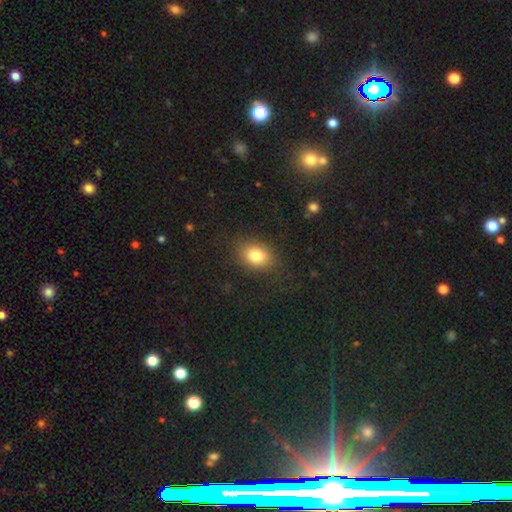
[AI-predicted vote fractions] Smooth or featured: smooth — 80% (star or artifact — 11%)
How rounded: in between — 69% (round — 30%)
Merging: none — 82% (minor disturbance — 12%)